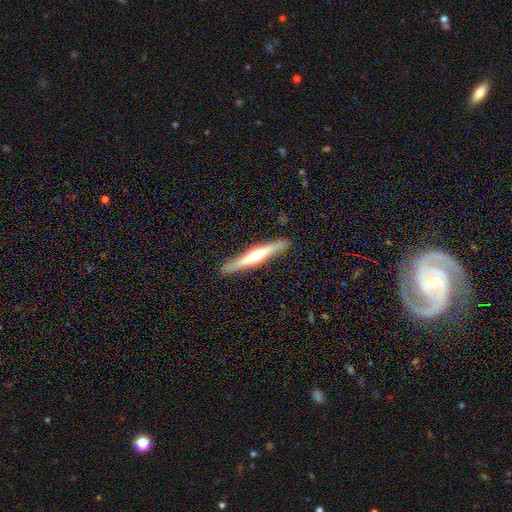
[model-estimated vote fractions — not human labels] Smooth or featured? Predicted: featured or disk (p=0.67). Edge-on disk? Predicted: yes (p=0.97). Edge-on bulge? Predicted: rounded (p=0.90). Merging? Predicted: none (p=0.90).